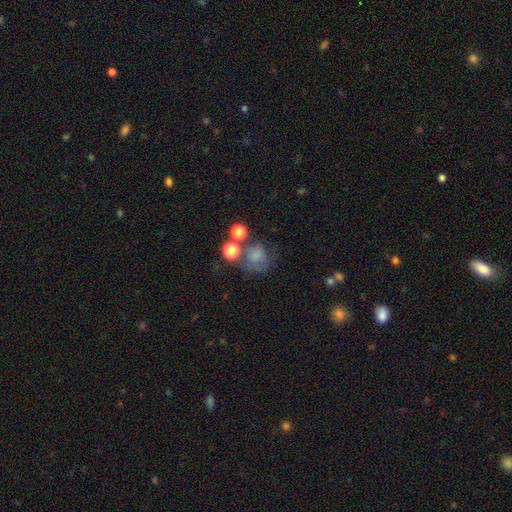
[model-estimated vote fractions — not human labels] Smooth or featured?
  - smooth: 72% *
  - star or artifact: 15%
  - featured or disk: 14%
How rounded?
  - round: 84% *
  - in between: 15%
  - cigar-shaped: 1%
Merging?
  - none: 52% *
  - minor disturbance: 18%
  - merger: 17%
  - major disturbance: 13%